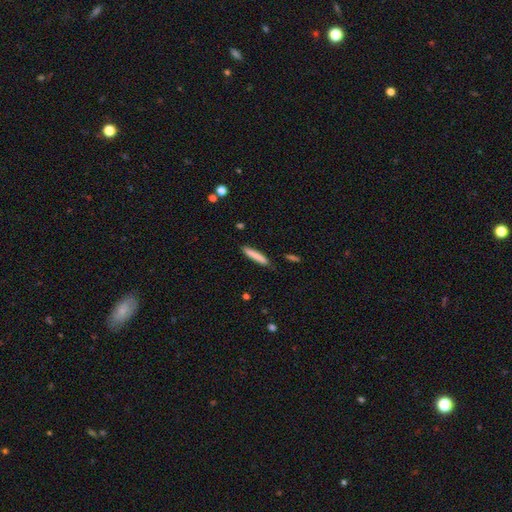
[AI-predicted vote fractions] This appears to be a smooth galaxy with no disk features (81%) that is cigar-shaped (92%). Merging: none (84%).